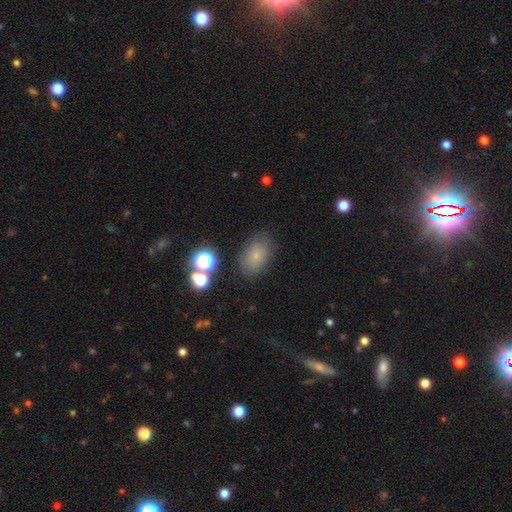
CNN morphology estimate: smooth 74%, star or artifact 15%, featured or disk 12%. Down the decision tree: how rounded — in between (83%); merging — none (79%).